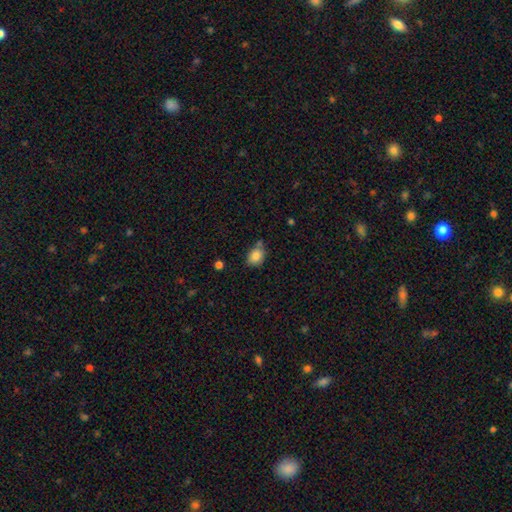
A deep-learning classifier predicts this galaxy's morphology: Smooth or featured? Predicted: smooth (p=0.85). How rounded? Predicted: in between (p=0.57). Merging? Predicted: none (p=0.62).